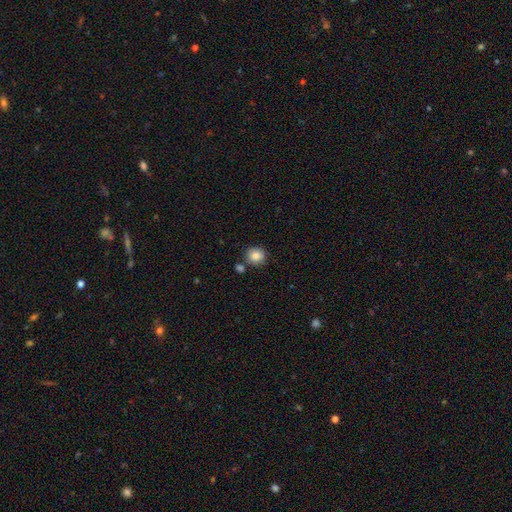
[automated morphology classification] smooth-or-featured: smooth: 85% | star or artifact: 9% | featured or disk: 6%
  how-rounded: round: 88% | in between: 11% | cigar-shaped: 1%
  merging: none: 77% | merger: 10% | minor disturbance: 10% | major disturbance: 3%